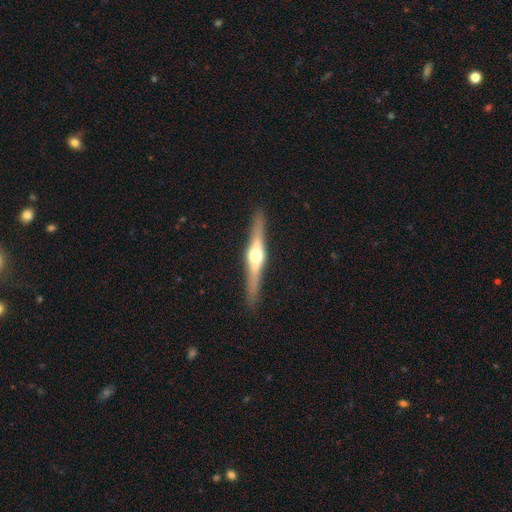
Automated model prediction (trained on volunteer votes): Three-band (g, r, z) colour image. It shows a featured or disk galaxy (74%) viewed edge-on (97%) with a rounded central bulge (94%). Merging: none (90%).